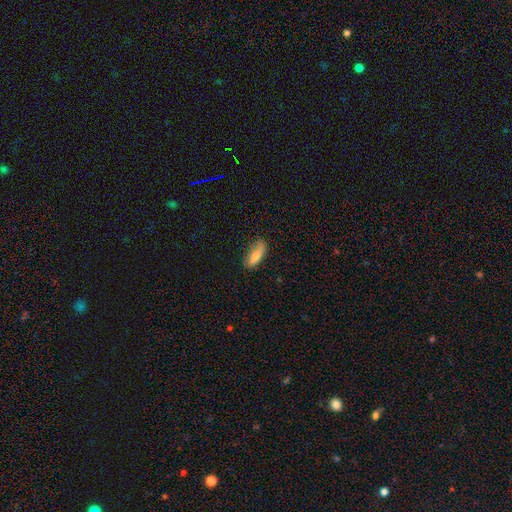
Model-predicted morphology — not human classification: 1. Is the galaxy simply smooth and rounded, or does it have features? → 70% smooth, 23% featured or disk, 7% star or artifact.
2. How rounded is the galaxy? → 72% in between, 25% cigar-shaped, 3% round.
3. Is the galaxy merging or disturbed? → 70% none, 23% minor disturbance, 5% major disturbance, 2% merger.